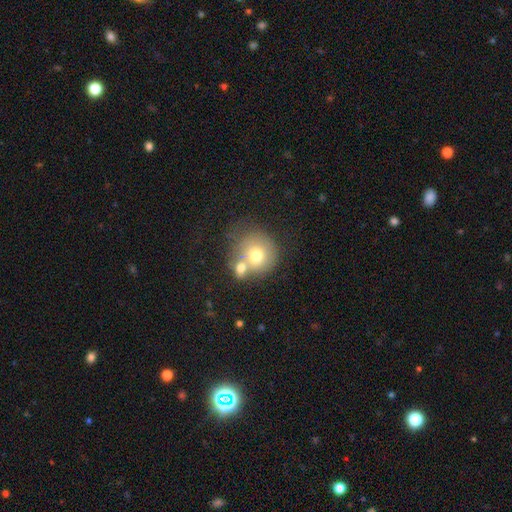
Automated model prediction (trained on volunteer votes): Overall: smooth (69%). How rounded: round (87%). Merging: merger (45%; none 38%).